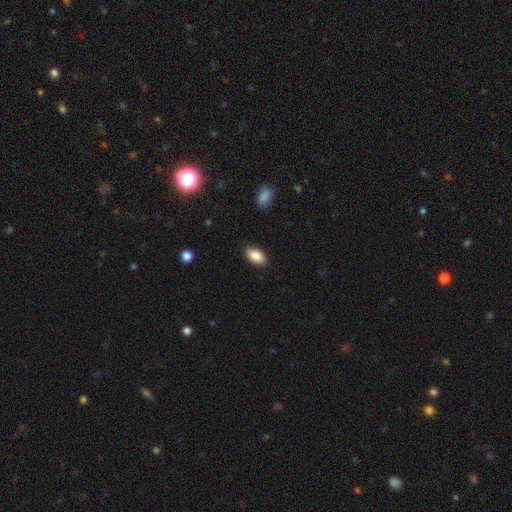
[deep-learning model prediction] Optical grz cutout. It shows a smooth galaxy with no disk features (87%) that is in between round and cigar-shaped (93%). Merging: none (89%).